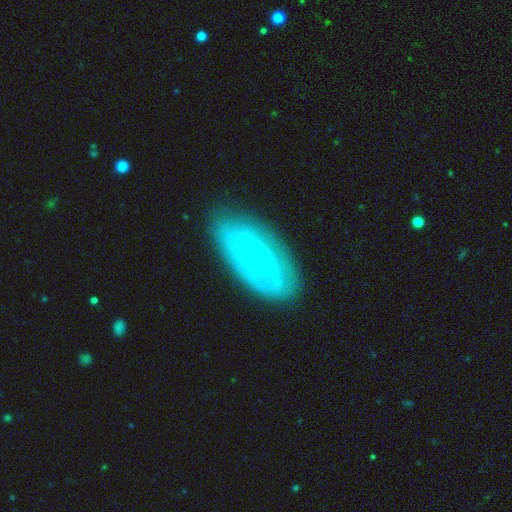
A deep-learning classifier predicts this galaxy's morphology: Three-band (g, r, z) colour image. It shows a featured or disk galaxy (83%) with no bar (47%), 2 (49%) tight (63%) spiral arms (92%) and a small central bulge (82%). Merging: none (78%).